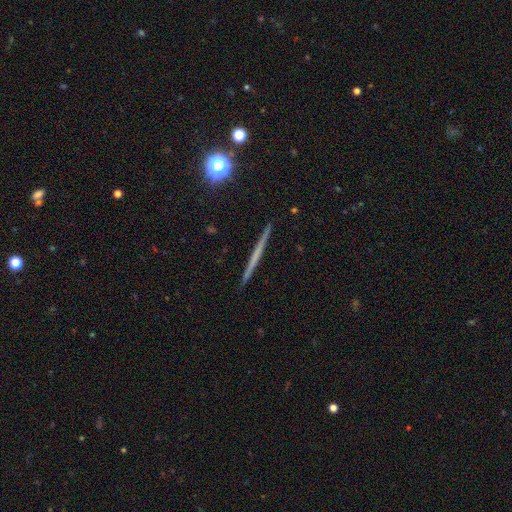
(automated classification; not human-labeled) Morphology: type=featured or disk (55%); edge-on=yes (98%); edge-on bulge=none (89%); merging=none (93%).